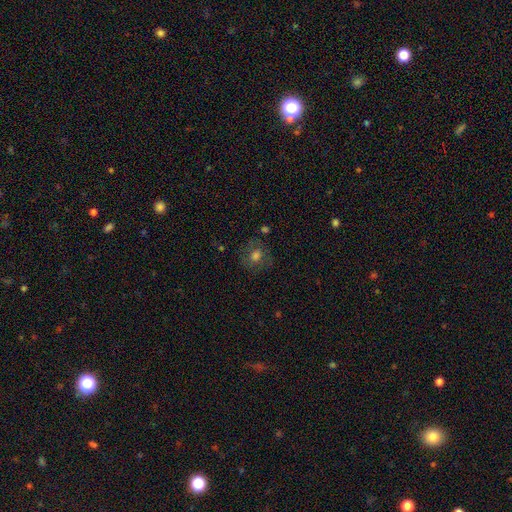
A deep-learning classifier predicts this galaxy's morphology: Smooth or featured? smooth (57%)
How rounded? round (75%)
Merging? none (76%)